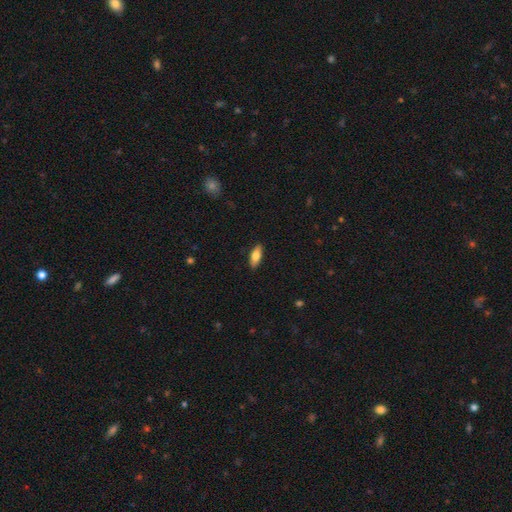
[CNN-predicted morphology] type=smooth (77%); roundness=in between (74%); merging=none (89%).